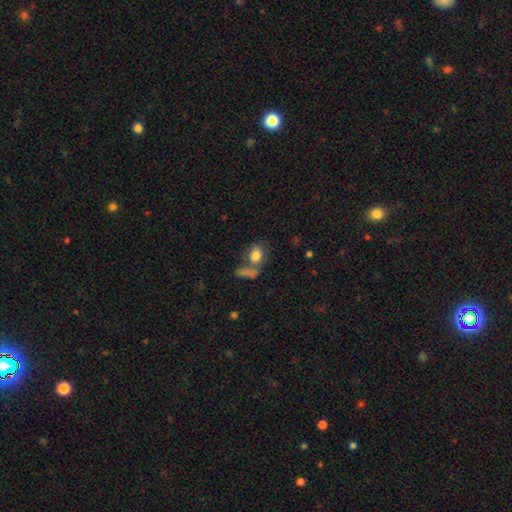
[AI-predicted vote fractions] smooth_or_featured: smooth (p=0.79) [alt: featured or disk p=0.12]
how_rounded: in between (p=0.55) [alt: round p=0.43]
merging: none (p=0.46) [alt: merger p=0.30]